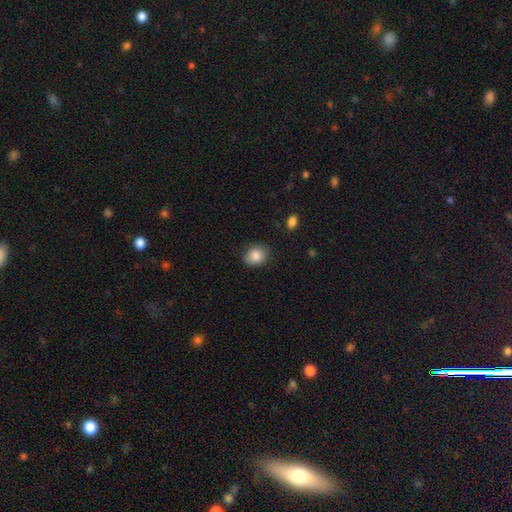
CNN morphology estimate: A smooth galaxy with no disk features (85%) that is round (58%). Merging: none (81%).